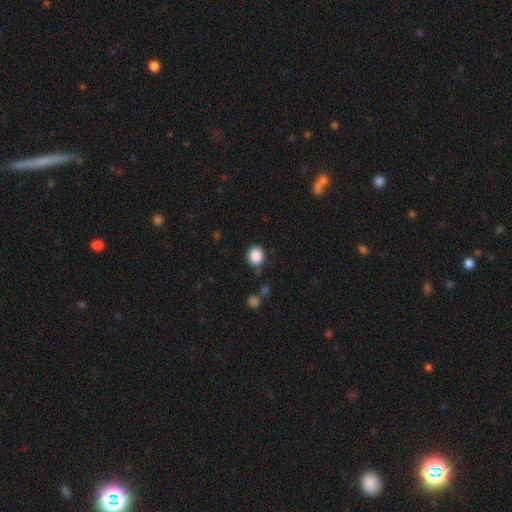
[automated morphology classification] smooth_or_featured: smooth (p=0.87) [alt: star or artifact p=0.09]
how_rounded: round (p=0.83) [alt: in between p=0.16]
merging: none (p=0.80) [alt: minor disturbance p=0.14]